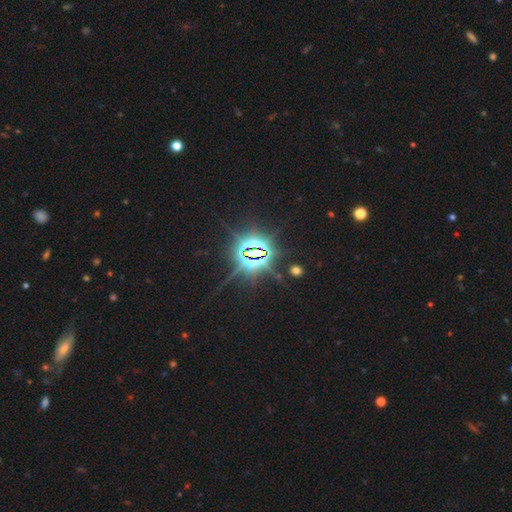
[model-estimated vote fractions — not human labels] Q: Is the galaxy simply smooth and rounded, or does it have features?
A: star or artifact — 85%.